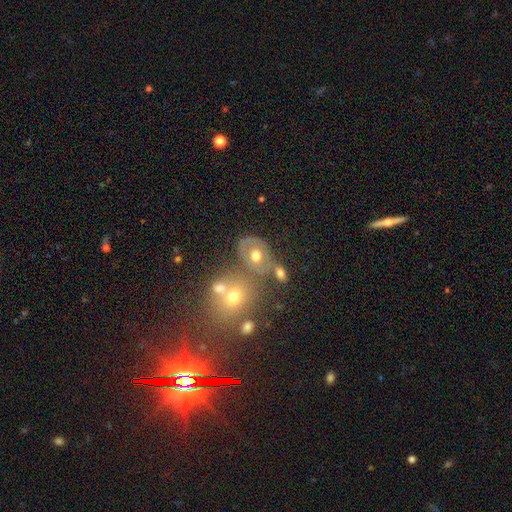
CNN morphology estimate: Smooth or featured: smooth — 51% (featured or disk — 37%)
How rounded: in between — 62% (round — 36%)
Merging: none — 42% (merger — 31%)